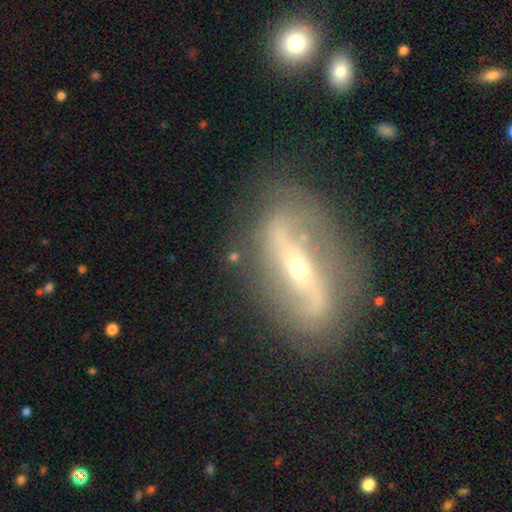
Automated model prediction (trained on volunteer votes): Smooth or featured? Predicted: featured or disk (p=0.84). Edge-on disk? Predicted: no (p=0.82). Bar? Predicted: strong (p=0.59). Spiral arms? Predicted: yes (p=0.78). Spiral winding? Predicted: loose (p=0.60). Spiral arm count? Predicted: 2 (p=0.88). Bulge size? Predicted: small (p=0.60). Merging? Predicted: none (p=0.80).